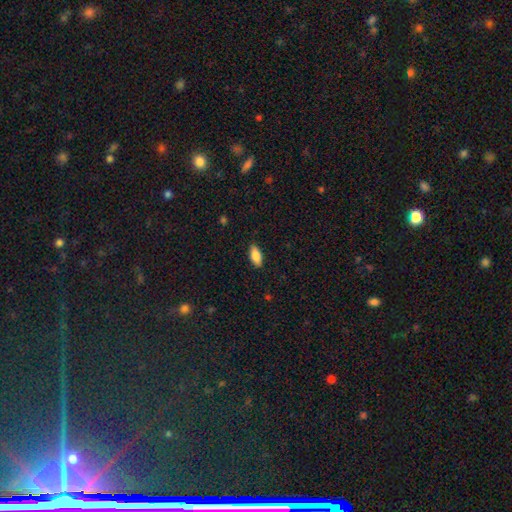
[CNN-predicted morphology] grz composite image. It shows a smooth galaxy with no disk features (84%) that is in between round and cigar-shaped (86%). Merging: none (88%).